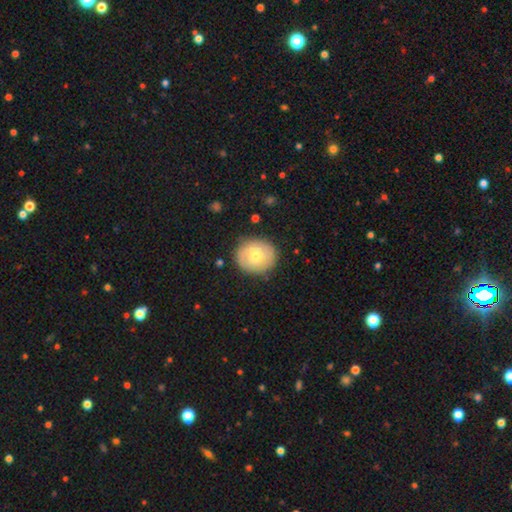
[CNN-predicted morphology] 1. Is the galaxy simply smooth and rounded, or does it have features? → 66% smooth, 28% featured or disk, 7% star or artifact.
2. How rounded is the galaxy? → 81% round, 18% in between, 1% cigar-shaped.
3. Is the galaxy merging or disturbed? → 83% none, 12% minor disturbance, 3% major disturbance, 1% merger.